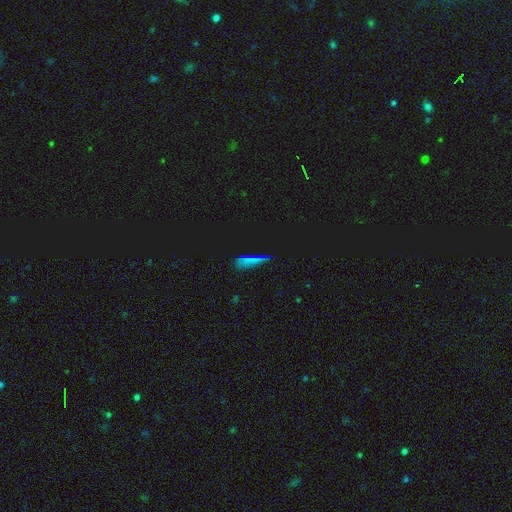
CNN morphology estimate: Q: Smooth or featured?
A: smooth (51%); runner-up: star or artifact (39%)
Q: How rounded?
A: cigar-shaped (50%); runner-up: in between (39%)
Q: Merging?
A: none (81%); runner-up: minor disturbance (13%)